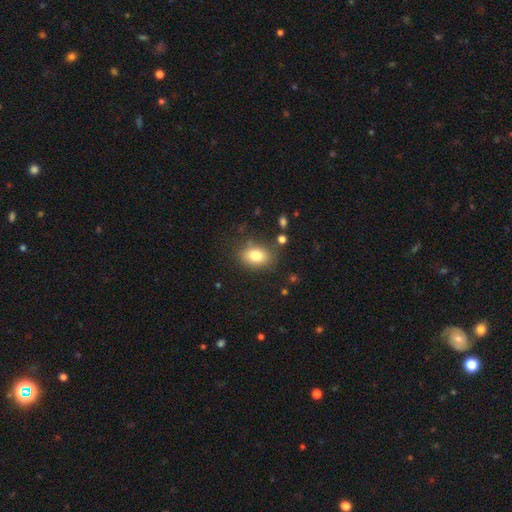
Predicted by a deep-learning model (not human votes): Smooth or featured?
  - smooth: 80% *
  - featured or disk: 10%
  - star or artifact: 10%
How rounded?
  - in between: 72% *
  - round: 26%
  - cigar-shaped: 1%
Merging?
  - none: 78% *
  - minor disturbance: 14%
  - major disturbance: 4%
  - merger: 3%